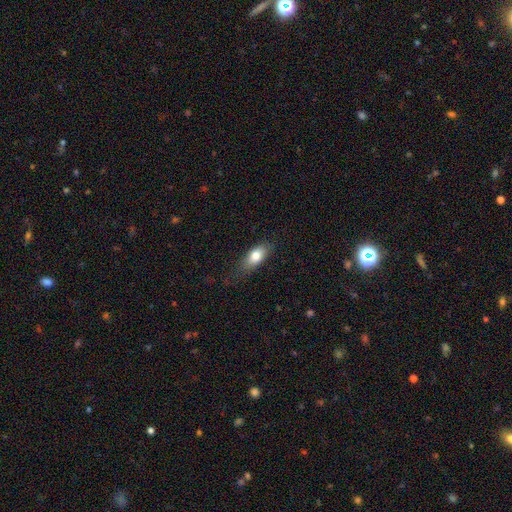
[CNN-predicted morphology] A smooth galaxy with no disk features (79%) that is in between round and cigar-shaped (83%).

Vote fractions:
- Smooth or featured? smooth: 79% / featured or disk: 14% / star or artifact: 7%
- How rounded? in between: 83% / cigar-shaped: 12% / round: 4%
- Merging? none: 69% / minor disturbance: 22% / major disturbance: 8% / merger: 1%